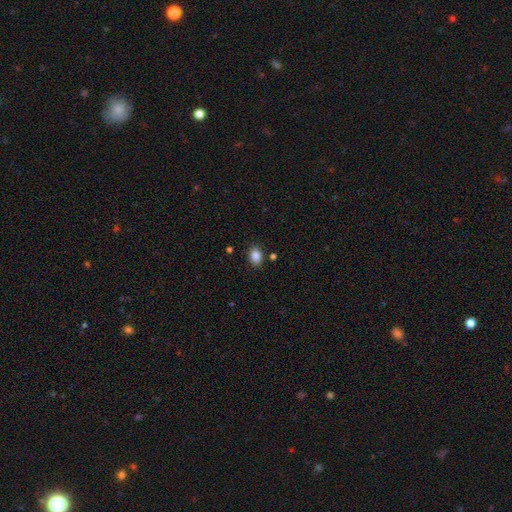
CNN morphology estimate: type=smooth (87%); roundness=in between (74%); merging=none (85%).